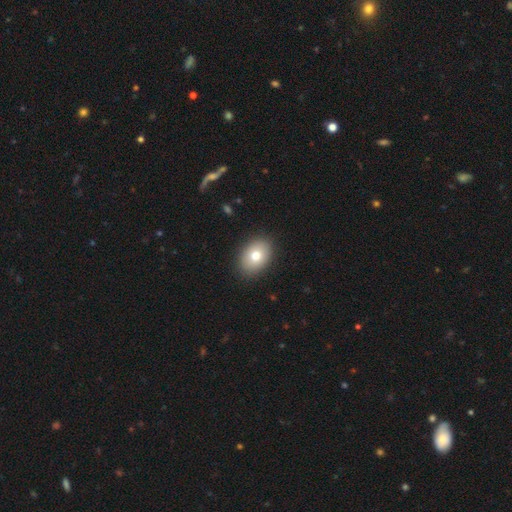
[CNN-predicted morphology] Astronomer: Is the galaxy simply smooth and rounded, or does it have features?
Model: smooth — 77%.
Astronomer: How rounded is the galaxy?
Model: in between — 78%.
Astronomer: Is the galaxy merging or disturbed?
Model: none — 88%.